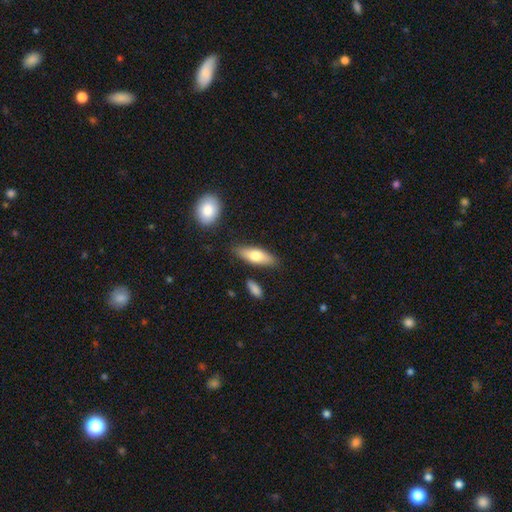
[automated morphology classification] smooth_or_featured: smooth (p=0.69) [alt: featured or disk p=0.25]
how_rounded: in between (p=0.62) [alt: cigar-shaped p=0.35]
merging: none (p=0.79) [alt: minor disturbance p=0.13]